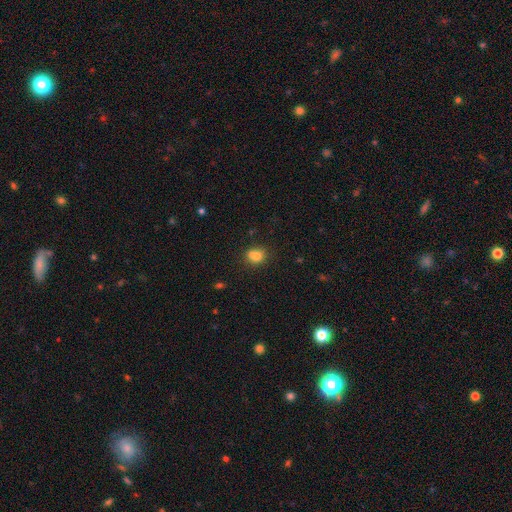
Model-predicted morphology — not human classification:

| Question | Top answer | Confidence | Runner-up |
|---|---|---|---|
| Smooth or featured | smooth | 75% | featured or disk (13%) |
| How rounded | round | 65% | in between (33%) |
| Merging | none | 47% | merger (35%) |